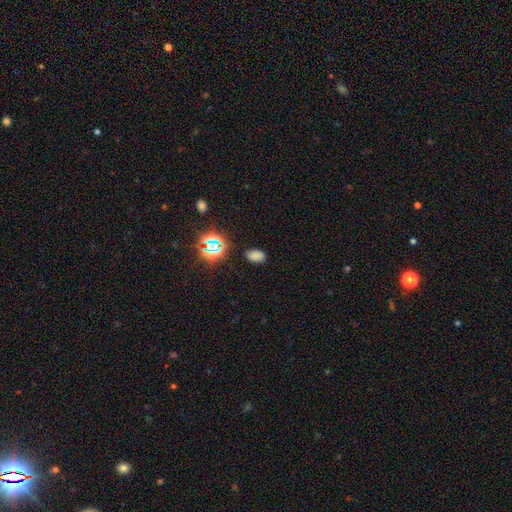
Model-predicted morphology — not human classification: Smooth or featured: smooth — 69% (star or artifact — 25%)
How rounded: in between — 89% (round — 10%)
Merging: none — 83% (minor disturbance — 12%)